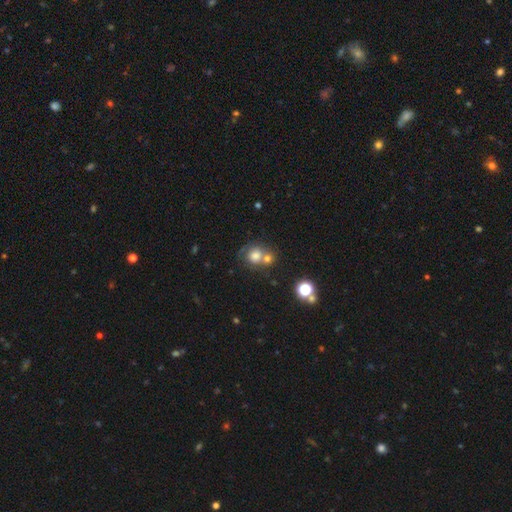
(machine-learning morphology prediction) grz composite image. It shows a smooth galaxy with no disk features (71%) that is round (78%). Merging: merger (46%).